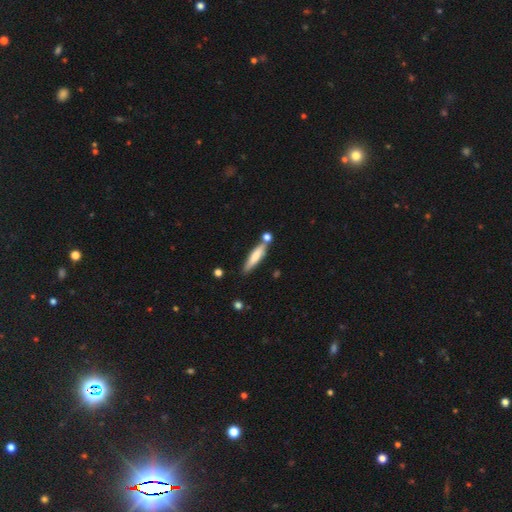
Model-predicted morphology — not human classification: Smooth or featured? smooth (68%)
How rounded? cigar-shaped (82%)
Merging? none (64%)